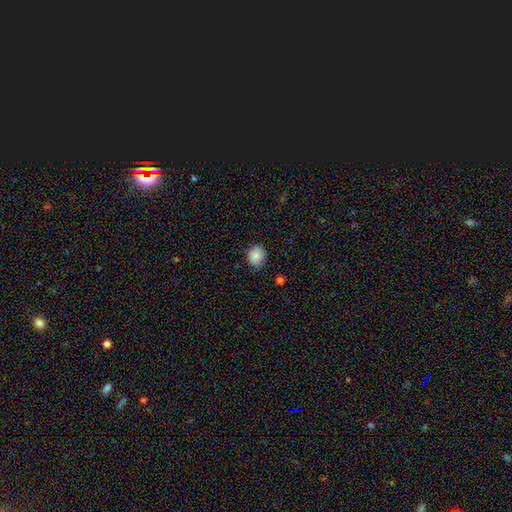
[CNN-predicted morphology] Smooth or featured? Predicted: smooth (p=0.87). How rounded? Predicted: round (p=0.68). Merging? Predicted: none (p=0.77).